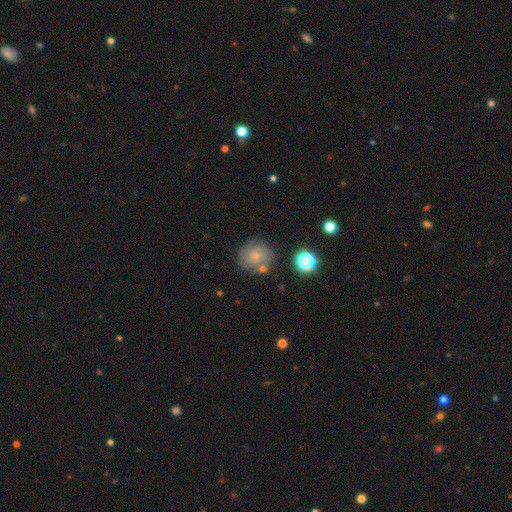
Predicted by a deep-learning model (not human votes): The model was most divided on "smooth or featured": smooth: 63%, featured or disk: 24%, star or artifact: 13%. More confident: how rounded — round (90%); merging — none (69%).